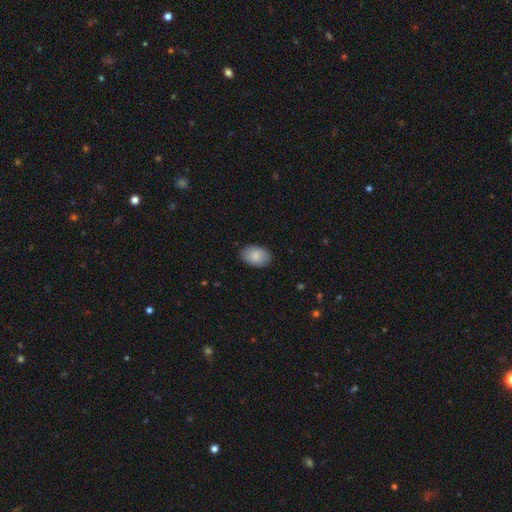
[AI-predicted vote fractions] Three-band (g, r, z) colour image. It shows a smooth galaxy with no disk features (87%) that is in between round and cigar-shaped (88%). Merging: none (87%).